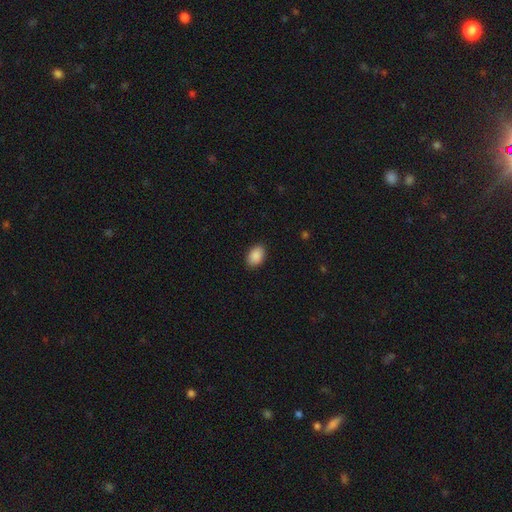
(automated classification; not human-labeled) Smooth or featured? smooth (90%)
How rounded? in between (87%)
Merging? none (89%)